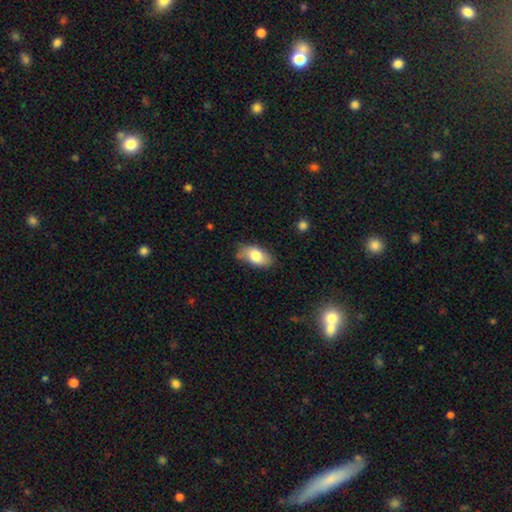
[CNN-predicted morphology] Smooth or featured? smooth (78%)
How rounded? in between (92%)
Merging? none (72%)